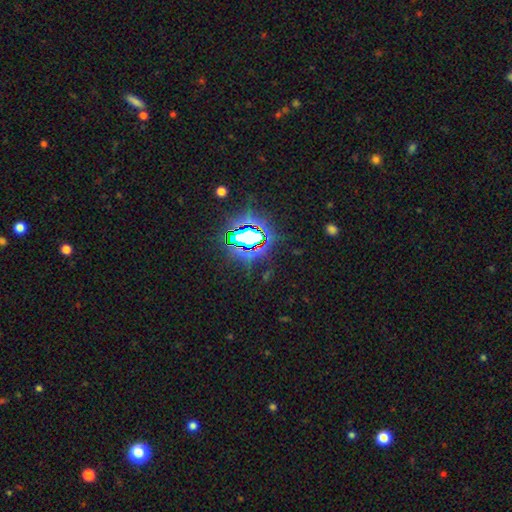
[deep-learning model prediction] A star or artifact, not a galaxy (83%).

Vote fractions:
- Smooth or featured? star or artifact: 83% / smooth: 10% / featured or disk: 7%